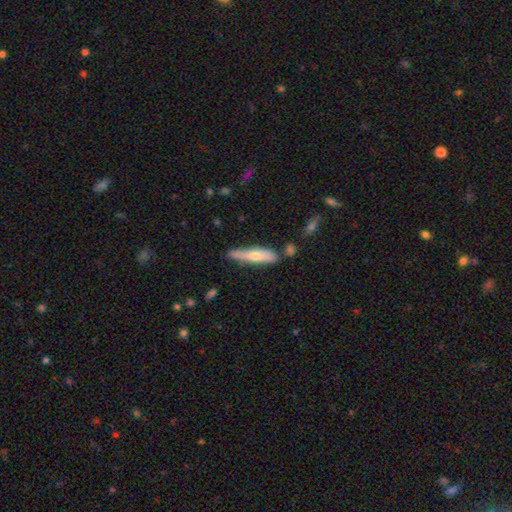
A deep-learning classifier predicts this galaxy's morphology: Smooth or featured? Predicted: smooth (p=0.56). How rounded? Predicted: cigar-shaped (p=0.81). Merging? Predicted: none (p=0.69).